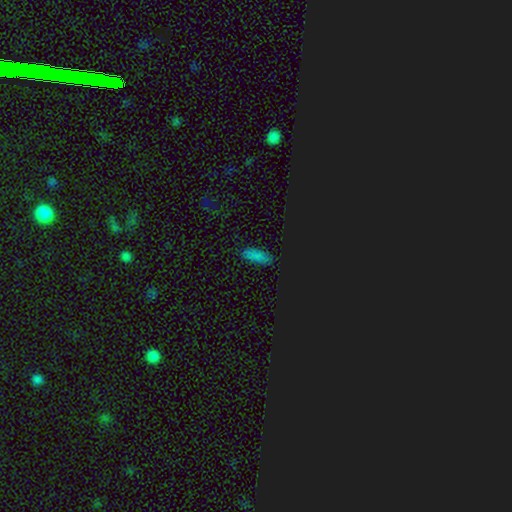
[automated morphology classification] Smooth or featured? smooth (74%)
How rounded? in between (75%)
Merging? none (84%)